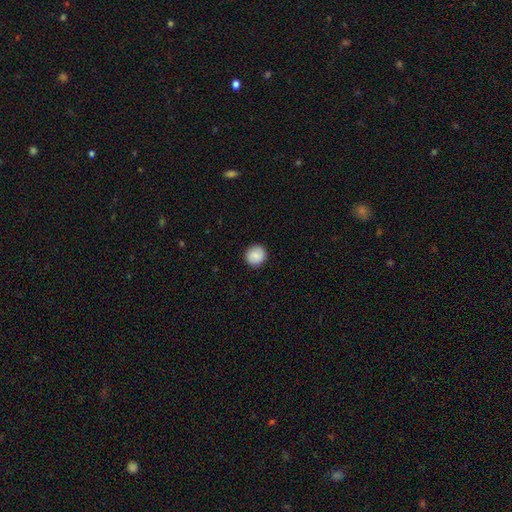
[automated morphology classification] Smooth or featured: smooth — 85% (featured or disk — 8%)
How rounded: round — 91% (in between — 8%)
Merging: none — 90% (minor disturbance — 7%)